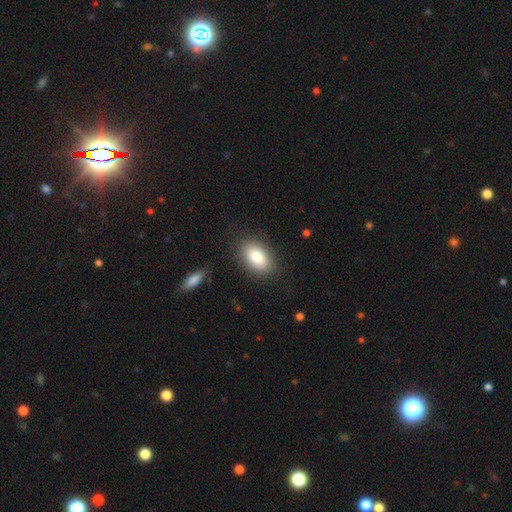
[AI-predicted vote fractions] smooth 87%, star or artifact 7%, featured or disk 6%. Down the decision tree: how rounded — in between (91%); merging — none (85%).